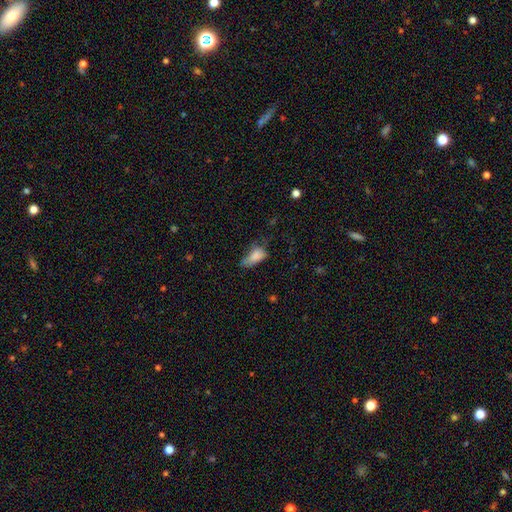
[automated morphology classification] A smooth galaxy with no disk features (79%) that is in between round and cigar-shaped (85%).

Vote fractions:
- Smooth or featured? smooth: 79% / featured or disk: 12% / star or artifact: 9%
- How rounded? in between: 85% / cigar-shaped: 10% / round: 5%
- Merging? minor disturbance: 37% / major disturbance: 30% / none: 28% / merger: 4%